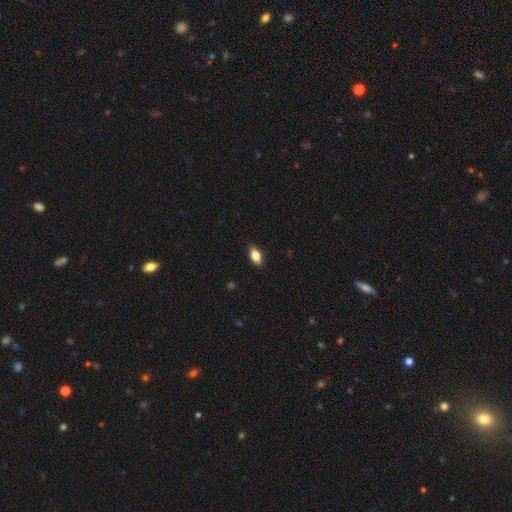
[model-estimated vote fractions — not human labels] The model was most divided on "smooth or featured": smooth: 82%, featured or disk: 11%, star or artifact: 8%. More confident: how rounded — in between (88%); merging — none (87%).